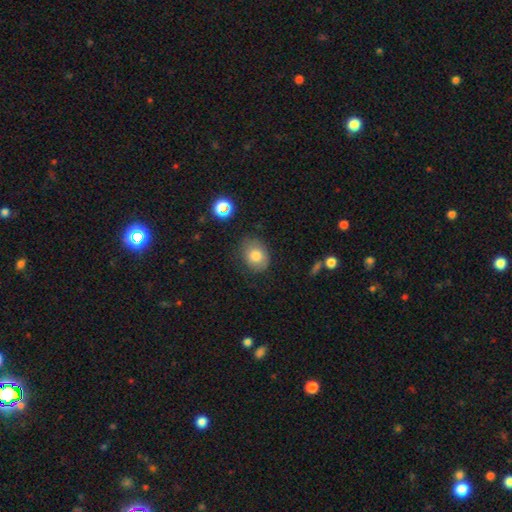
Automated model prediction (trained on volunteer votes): smooth 79%, featured or disk 12%, star or artifact 10%. Down the decision tree: how rounded — in between (54%); merging — none (69%).